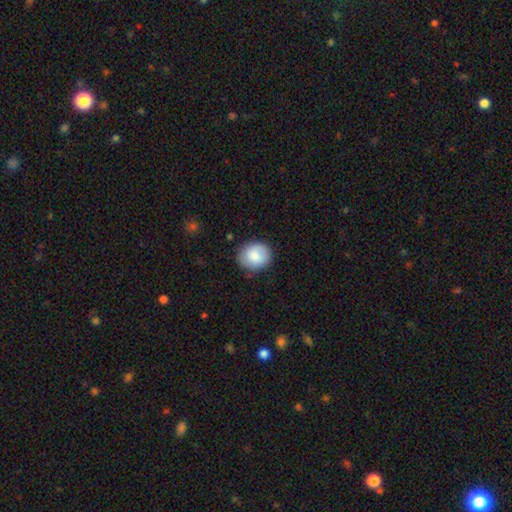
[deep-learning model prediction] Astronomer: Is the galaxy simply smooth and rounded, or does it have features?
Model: smooth — 84%.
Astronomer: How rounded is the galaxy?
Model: round — 73%.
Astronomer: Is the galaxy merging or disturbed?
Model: none — 83%.